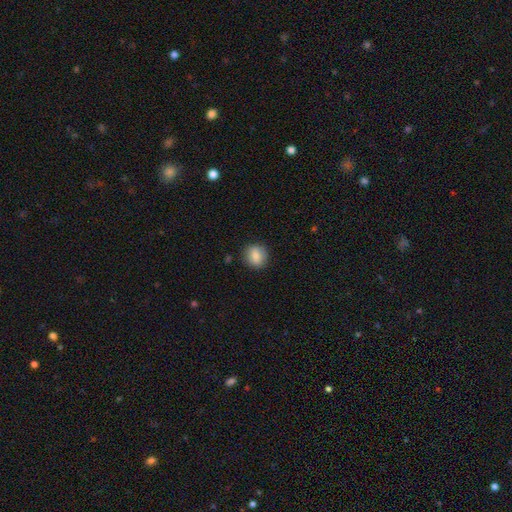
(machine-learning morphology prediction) A smooth galaxy with no disk features (84%) that is round (80%). Merging: none (88%).